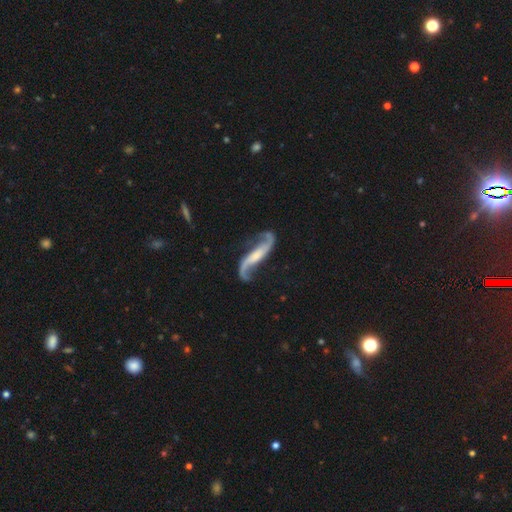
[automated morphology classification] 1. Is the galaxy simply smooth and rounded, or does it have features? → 89% featured or disk, 7% smooth, 4% star or artifact.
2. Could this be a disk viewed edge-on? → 90% no, 10% yes.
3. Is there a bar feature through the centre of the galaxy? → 34% no (tied), 34% weak (tied), 33% strong.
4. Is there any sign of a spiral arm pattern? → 97% yes, 3% no.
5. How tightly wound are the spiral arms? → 81% loose, 14% medium, 4% tight.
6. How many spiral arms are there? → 93% 2, 3% 1, 2% can't tell, 1% 3, 1% 4, 1% more than 4.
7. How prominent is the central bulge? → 32% small, 29% none, 28% moderate, 9% large, 2% dominant.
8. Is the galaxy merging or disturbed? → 72% none, 16% minor disturbance, 9% major disturbance, 3% merger.